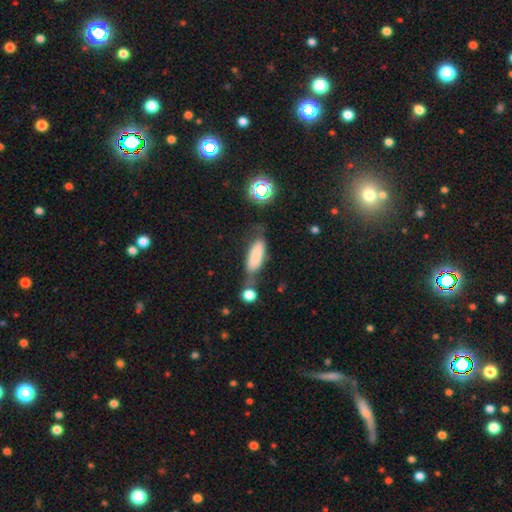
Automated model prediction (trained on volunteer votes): A smooth galaxy with no disk features (77%) that is in between round and cigar-shaped (65%). Merging: none (43%).